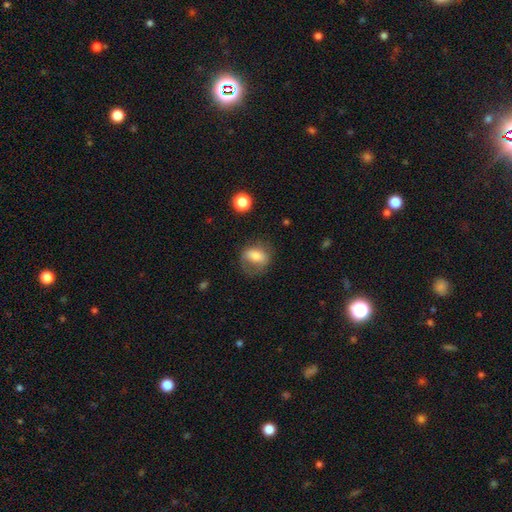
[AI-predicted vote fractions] Smooth or featured? smooth (67%)
How rounded? in between (65%)
Merging? none (58%)